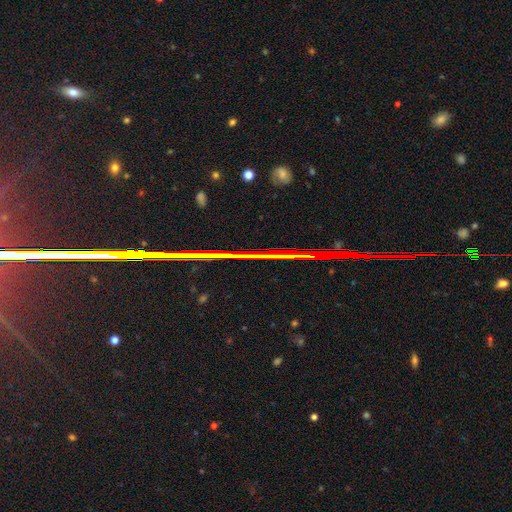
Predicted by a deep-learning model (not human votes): Morphology: type=star or artifact (83%).